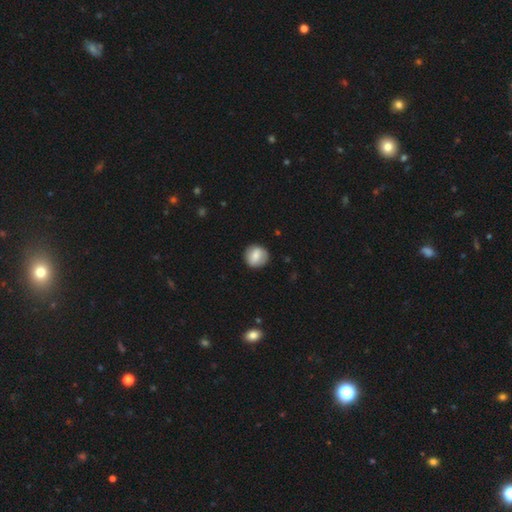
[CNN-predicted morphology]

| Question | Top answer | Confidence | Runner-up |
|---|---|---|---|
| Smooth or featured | smooth | 71% | featured or disk (22%) |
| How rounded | round | 88% | in between (11%) |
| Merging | none | 86% | minor disturbance (10%) |